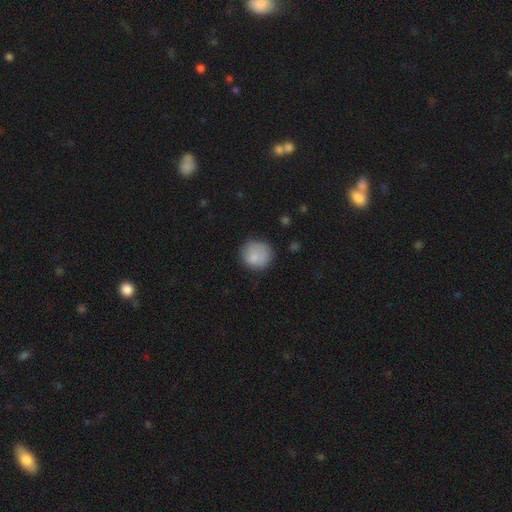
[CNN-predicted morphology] Overall: smooth (82%). How rounded: round (88%). Merging: none (71%).